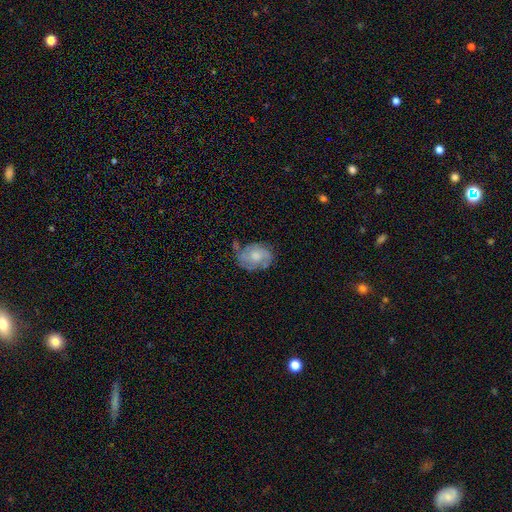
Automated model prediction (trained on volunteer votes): Smooth or featured? Predicted: featured or disk (p=0.65). Edge-on disk? Predicted: no (p=0.97). Bar? Predicted: no (p=0.72). Spiral arms? Predicted: yes (p=0.86). Spiral winding? Predicted: tight (p=0.49). Spiral arm count? Predicted: 2 (p=0.38). Bulge size? Predicted: moderate (p=0.54). Merging? Predicted: none (p=0.61).